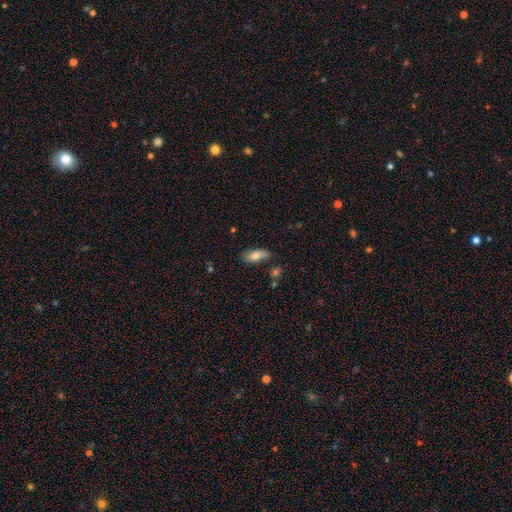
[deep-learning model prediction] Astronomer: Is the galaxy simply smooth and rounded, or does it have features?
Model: smooth — 74%.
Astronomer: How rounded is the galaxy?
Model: in between — 78%.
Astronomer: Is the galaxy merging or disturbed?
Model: none — 72%.